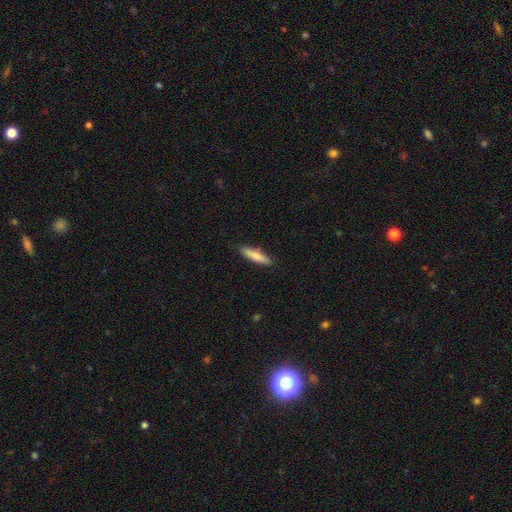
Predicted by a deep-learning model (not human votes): Smooth or featured: smooth — 78% (featured or disk — 17%)
How rounded: cigar-shaped — 78% (in between — 20%)
Merging: none — 87% (minor disturbance — 10%)